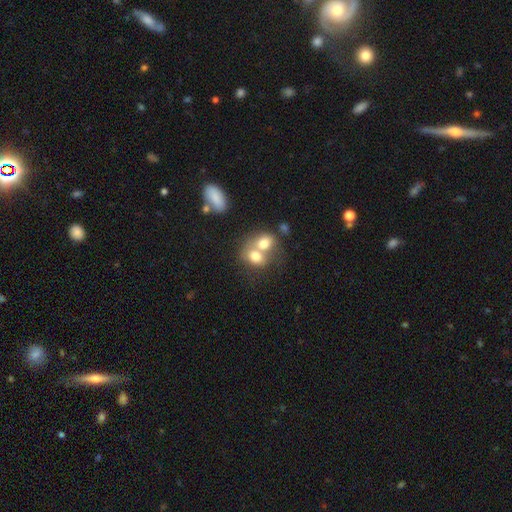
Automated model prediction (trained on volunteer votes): Smooth or featured? Predicted: smooth (p=0.72). How rounded? Predicted: in between (p=0.53). Merging? Predicted: merger (p=0.70).